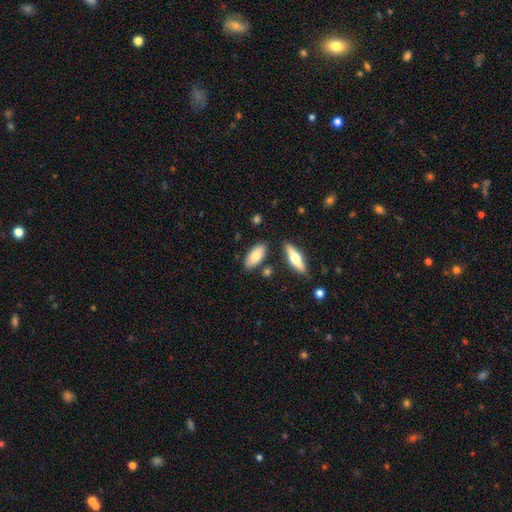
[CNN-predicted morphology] Overall: smooth (78%). How rounded: in between (83%). Merging: none (80%).